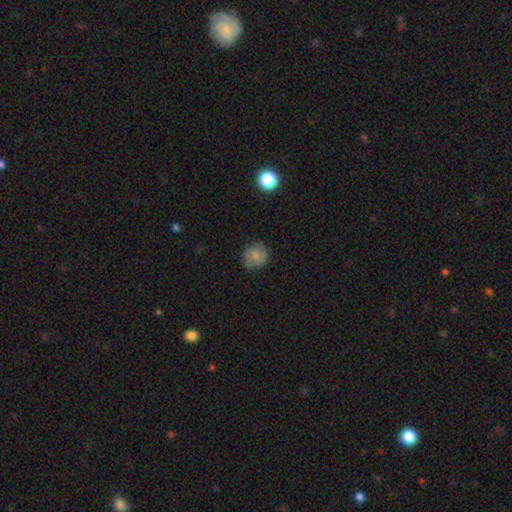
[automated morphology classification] Smooth or featured? smooth (74%)
How rounded? round (84%)
Merging? none (76%)